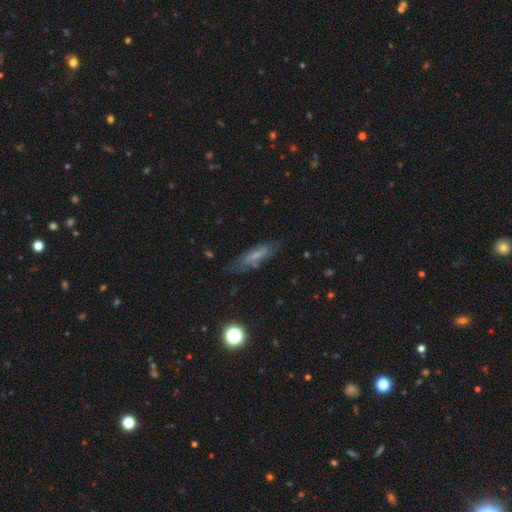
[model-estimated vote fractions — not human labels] This is possibly a smooth galaxy (52%). How rounded: likely cigar-shaped (64%). Merging: likely none (66%).